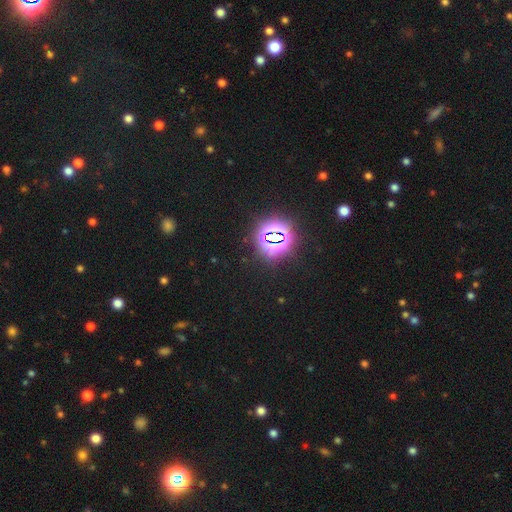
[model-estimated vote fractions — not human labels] Smooth or featured?
  - star or artifact: 76% *
  - smooth: 18%
  - featured or disk: 6%